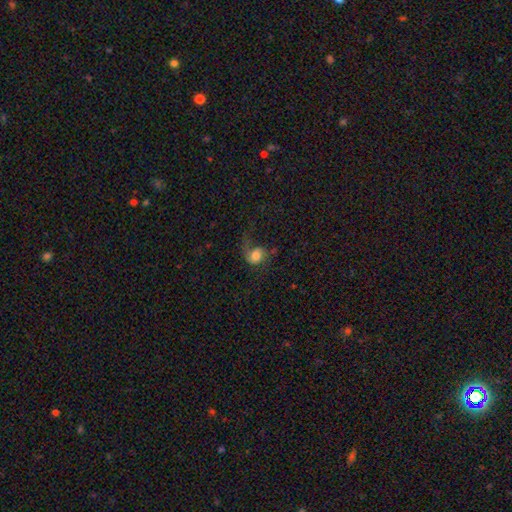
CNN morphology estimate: Smooth or featured?
  - smooth: 46% *
  - featured or disk: 44%
  - star or artifact: 10%
Merging?
  - none: 42% *
  - major disturbance: 35%
  - minor disturbance: 21%
  - merger: 3%